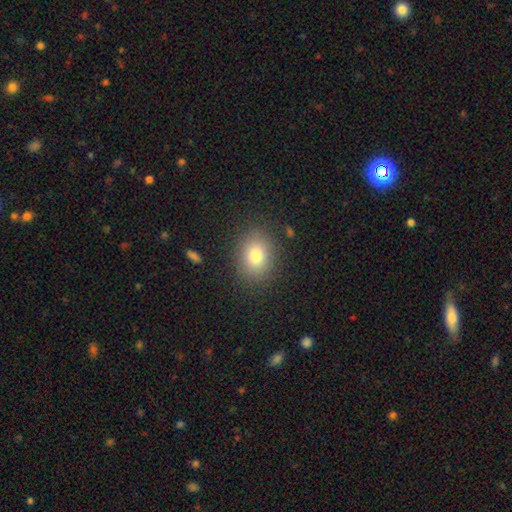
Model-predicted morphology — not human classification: Smooth or featured? smooth (79%)
How rounded? round (52%)
Merging? none (87%)